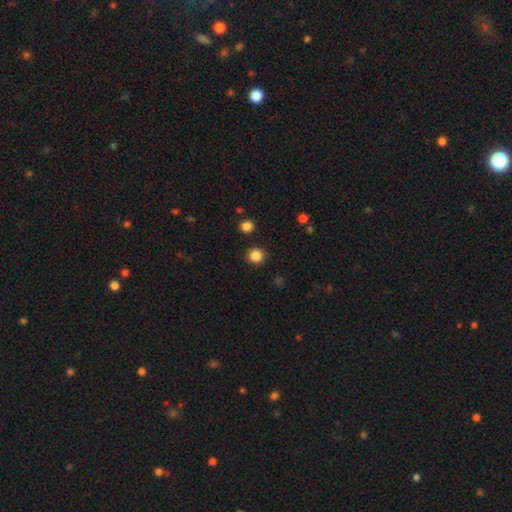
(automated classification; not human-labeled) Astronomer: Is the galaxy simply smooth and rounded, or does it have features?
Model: smooth — 86%.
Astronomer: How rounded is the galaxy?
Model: round — 91%.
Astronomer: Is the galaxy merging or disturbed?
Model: none — 91%.